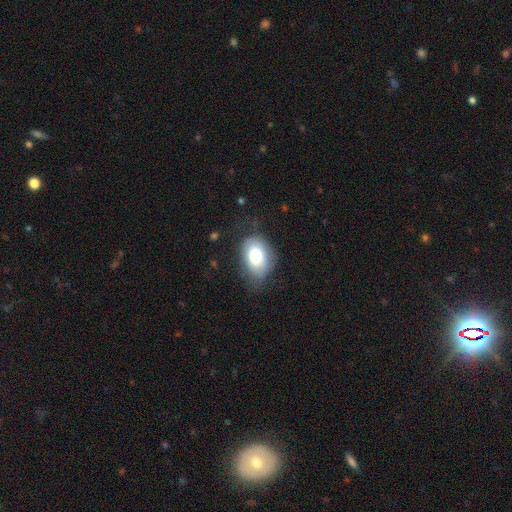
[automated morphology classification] The model was most divided on "merging": none: 59%, minor disturbance: 27%, major disturbance: 12%, merger: 1%. More confident: how rounded — in between (81%); smooth or featured — smooth (76%).